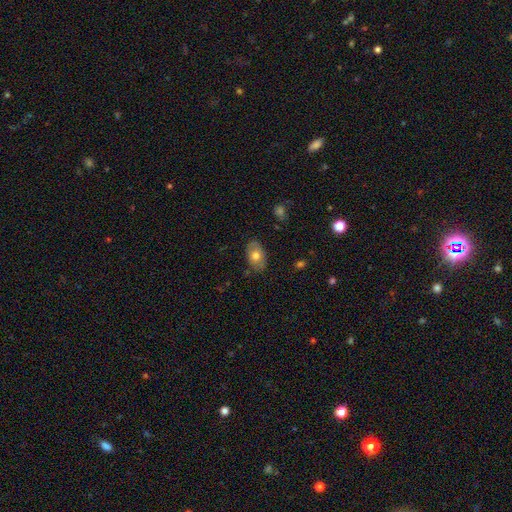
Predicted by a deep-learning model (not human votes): smooth 67%, featured or disk 26%, star or artifact 7%. Down the decision tree: how rounded — in between (88%); merging — none (81%).